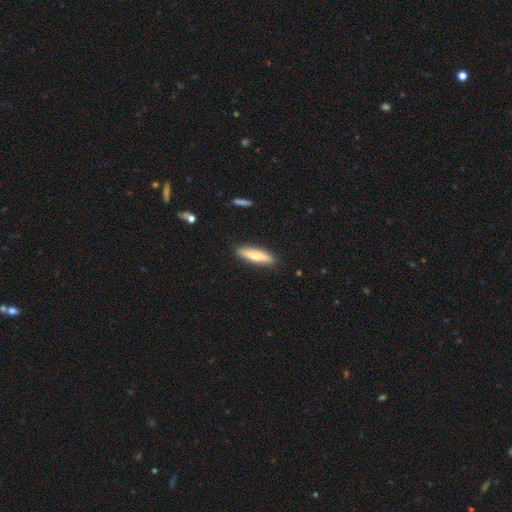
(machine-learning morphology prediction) Overall: smooth (75%). How rounded: cigar-shaped (72%). Merging: none (88%).